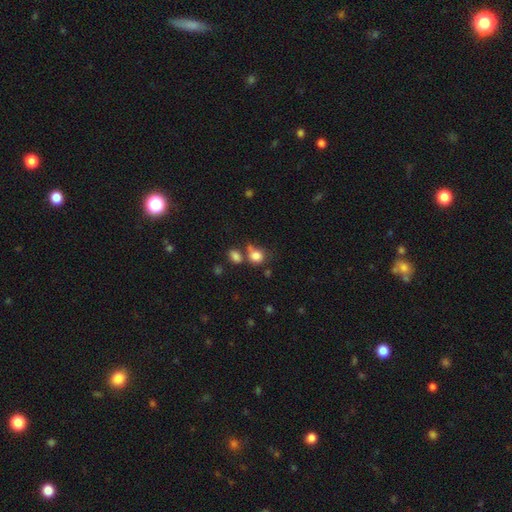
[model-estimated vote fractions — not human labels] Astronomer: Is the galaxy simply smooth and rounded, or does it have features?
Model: smooth — 82%.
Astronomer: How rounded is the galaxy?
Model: round — 69%.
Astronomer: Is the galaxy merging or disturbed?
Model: none — 46% (runner-up: merger, 31%).